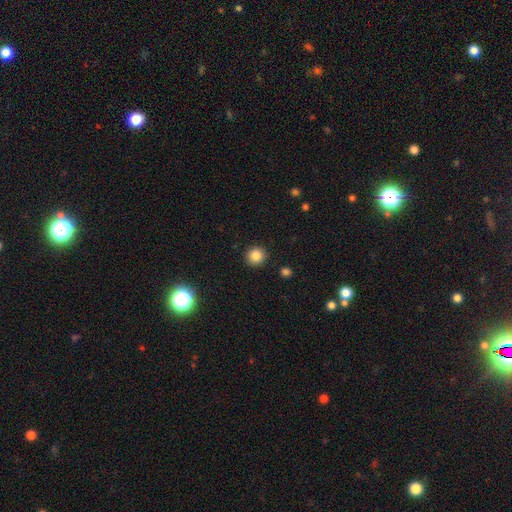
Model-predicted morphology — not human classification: type=smooth (84%); roundness=round (93%); merging=none (92%).